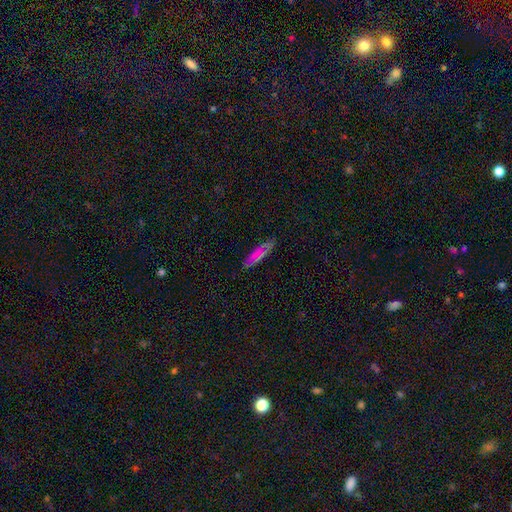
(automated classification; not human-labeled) This is possibly a smooth galaxy (48%). Merging: clearly none (82%).